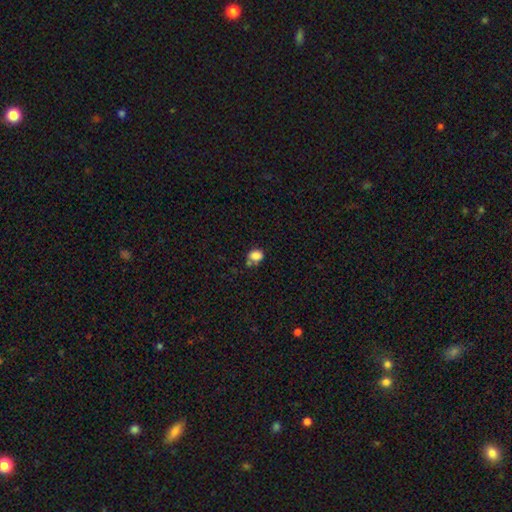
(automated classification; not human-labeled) This is clearly a smooth galaxy (82%). How rounded: possibly round (54%). Merging: possibly none (51%).